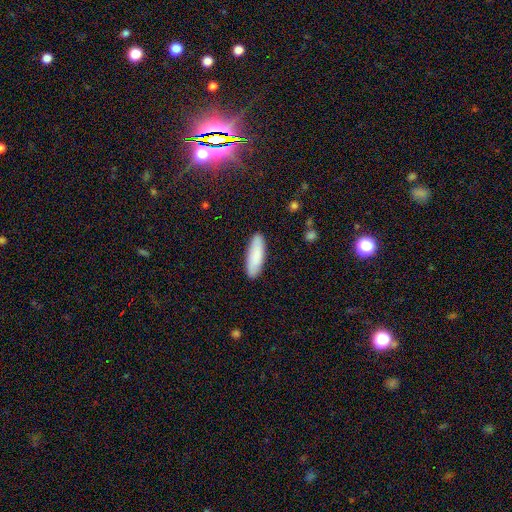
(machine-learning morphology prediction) The model was most divided on "how rounded": cigar-shaped: 51%, in between: 48%, round: 2%. More confident: merging — none (90%); smooth or featured — smooth (87%).